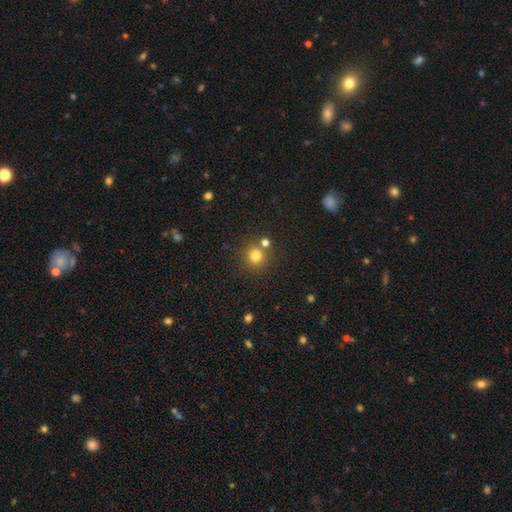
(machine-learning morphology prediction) Overall: smooth (78%). How rounded: round (93%). Merging: none (77%).